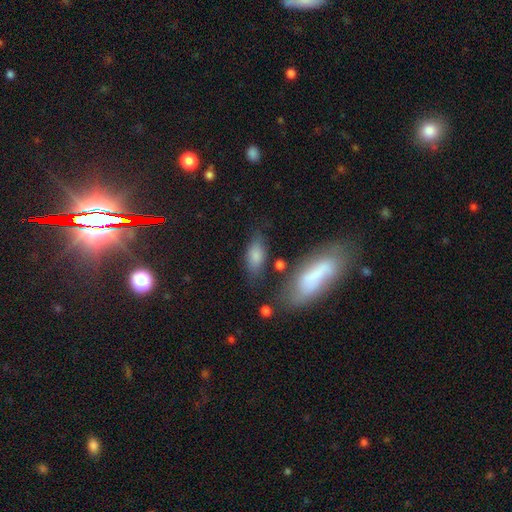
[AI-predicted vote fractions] This appears to be a smooth galaxy with no disk features (79%) that is in between round and cigar-shaped (79%). Merging: none (64%).